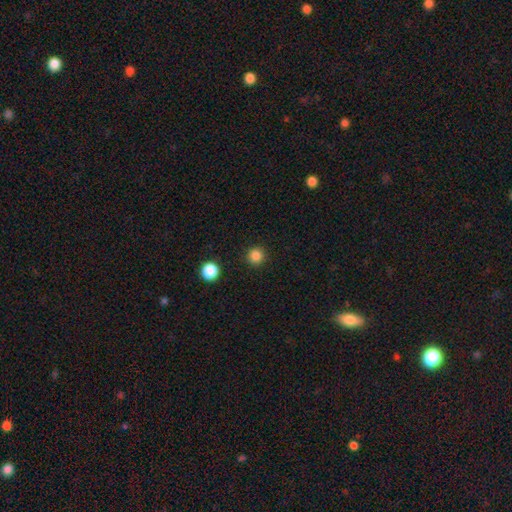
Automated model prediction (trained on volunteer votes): This is clearly a smooth galaxy (85%). How rounded: clearly round (96%). Merging: clearly none (92%).